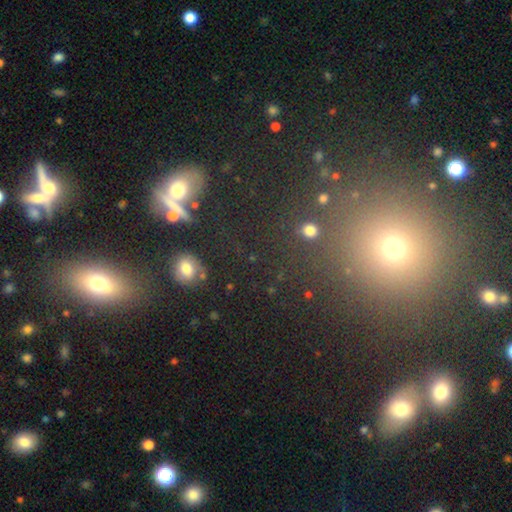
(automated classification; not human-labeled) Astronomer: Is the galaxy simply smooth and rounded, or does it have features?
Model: star or artifact — 45% (runner-up: smooth, 39%).